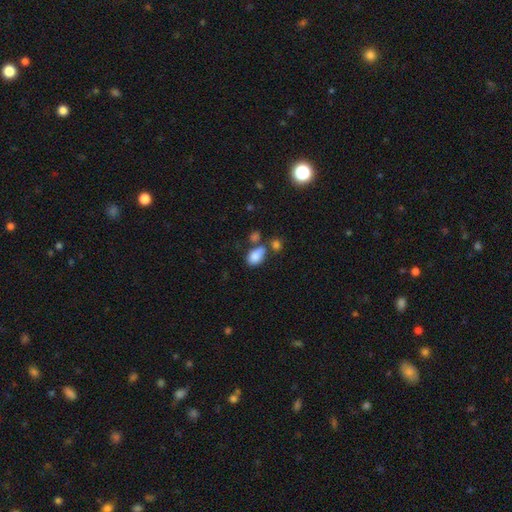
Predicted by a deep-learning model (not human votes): Morphology: type=smooth (84%); roundness=in between (90%); merging=none (45%).